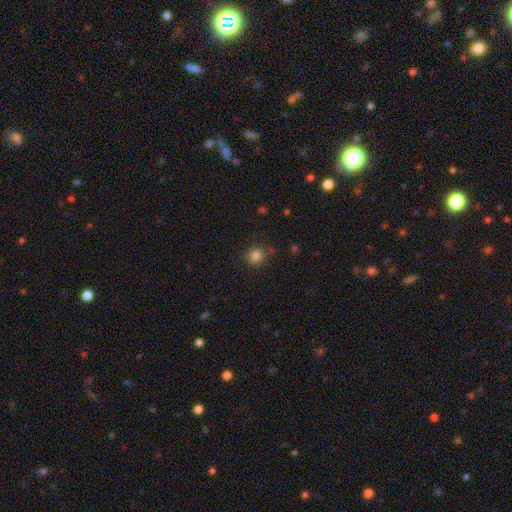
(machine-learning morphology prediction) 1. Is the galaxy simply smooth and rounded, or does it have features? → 83% smooth, 13% star or artifact, 4% featured or disk.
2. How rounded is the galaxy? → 91% round, 8% in between, 1% cigar-shaped.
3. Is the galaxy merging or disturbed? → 84% none, 10% minor disturbance, 3% major disturbance, 3% merger.